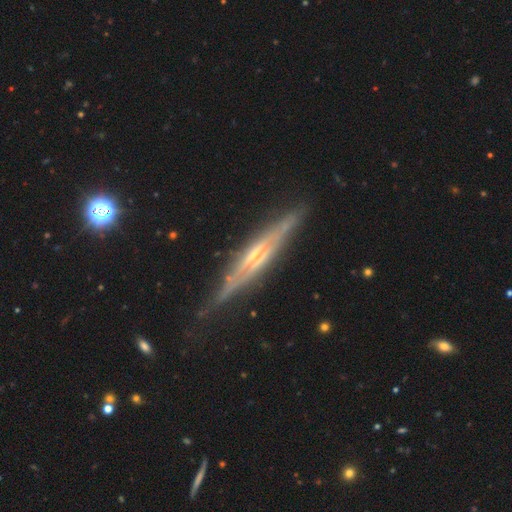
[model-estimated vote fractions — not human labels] A featured or disk galaxy (83%) viewed edge-on (95%) with a rounded central bulge (51%). Merging: none (81%).